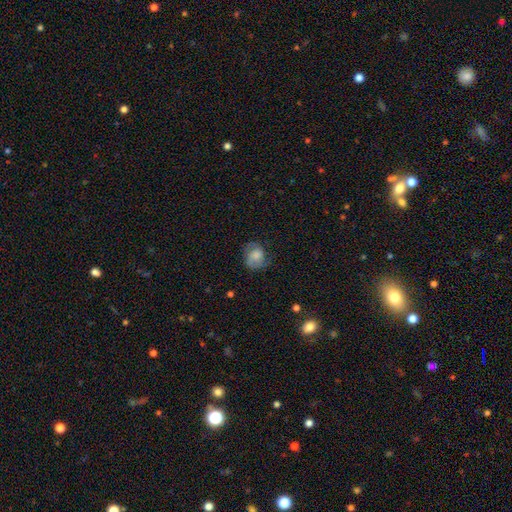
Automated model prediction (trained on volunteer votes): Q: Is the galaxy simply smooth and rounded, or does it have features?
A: smooth — 47%.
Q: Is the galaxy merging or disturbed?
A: none — 62%.